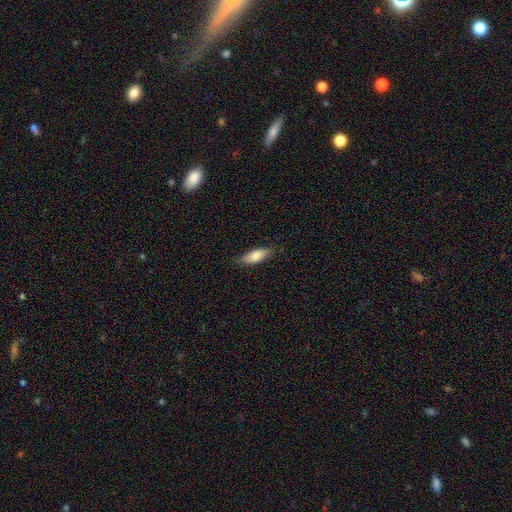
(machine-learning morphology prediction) Smooth or featured?
  - smooth: 81% *
  - featured or disk: 13%
  - star or artifact: 6%
How rounded?
  - in between: 71% *
  - cigar-shaped: 26%
  - round: 2%
Merging?
  - none: 83% *
  - minor disturbance: 14%
  - major disturbance: 3%
  - merger: 1%